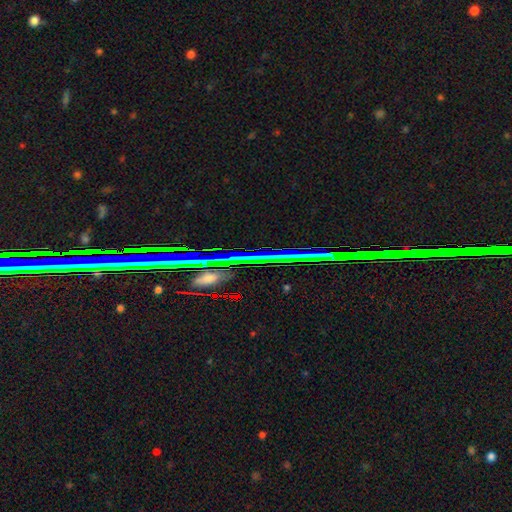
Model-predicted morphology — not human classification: Smooth or featured? star or artifact (82%)